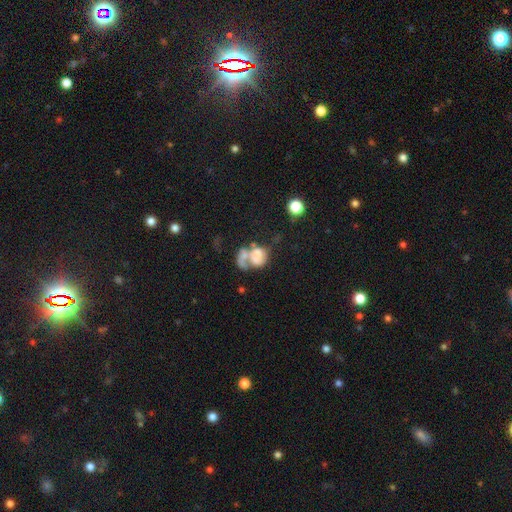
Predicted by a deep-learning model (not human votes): smooth 48%, featured or disk 41%, star or artifact 11%. Down the decision tree: merging — merger (54%).